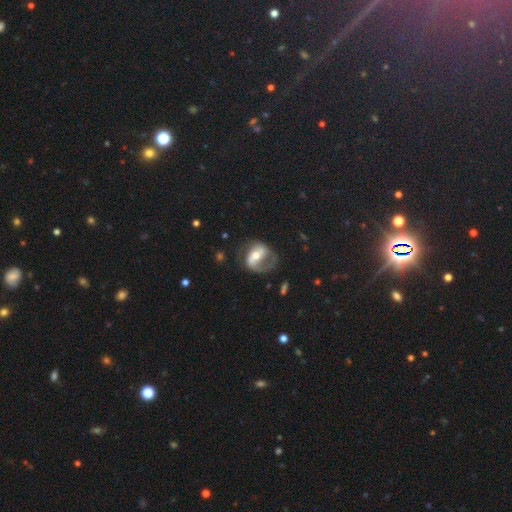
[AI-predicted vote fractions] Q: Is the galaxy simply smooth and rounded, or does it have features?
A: featured or disk — 72%.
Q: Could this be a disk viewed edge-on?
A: no — 97%.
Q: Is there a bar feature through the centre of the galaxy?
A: weak — 38%.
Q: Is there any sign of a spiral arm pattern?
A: yes — 85%.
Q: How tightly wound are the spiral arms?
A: medium — 45%.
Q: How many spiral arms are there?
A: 2 — 55%.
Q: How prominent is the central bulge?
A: moderate — 65%.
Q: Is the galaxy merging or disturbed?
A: none — 46%.